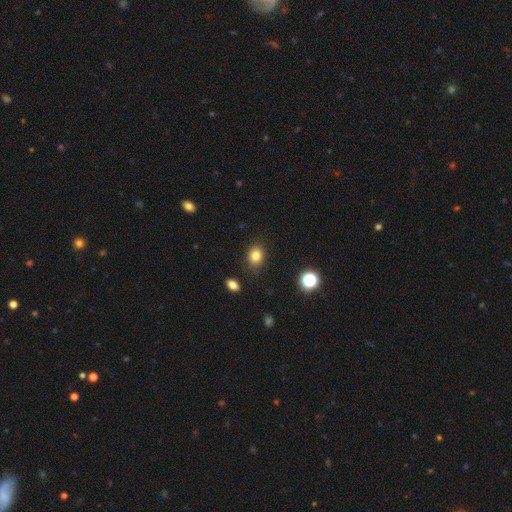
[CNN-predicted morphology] smooth-or-featured: smooth: 82% | star or artifact: 12% | featured or disk: 6%
  how-rounded: round: 51% | in between: 48% | cigar-shaped: 1%
  merging: none: 85% | minor disturbance: 11% | major disturbance: 3% | merger: 2%